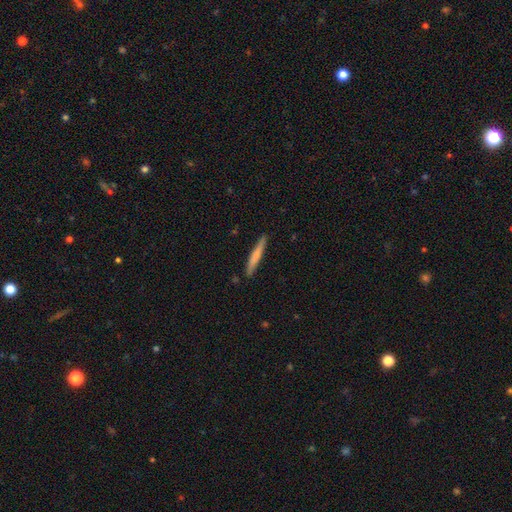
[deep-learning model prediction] Morphology: type=smooth (71%); roundness=cigar-shaped (96%); merging=none (89%).